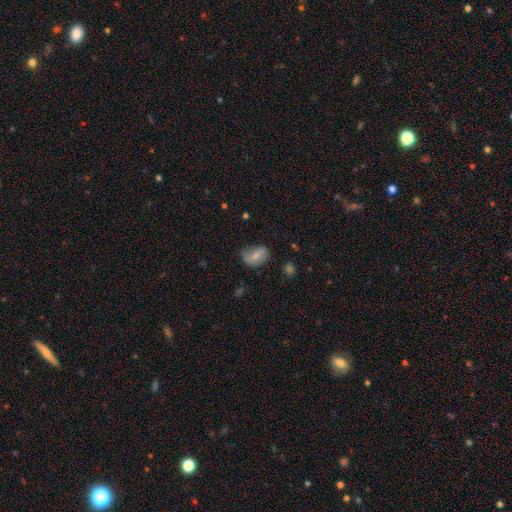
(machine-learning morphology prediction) Overall: smooth (61%; featured or disk 30%). How rounded: in between (76%). Merging: none (52%; minor disturbance 32%).